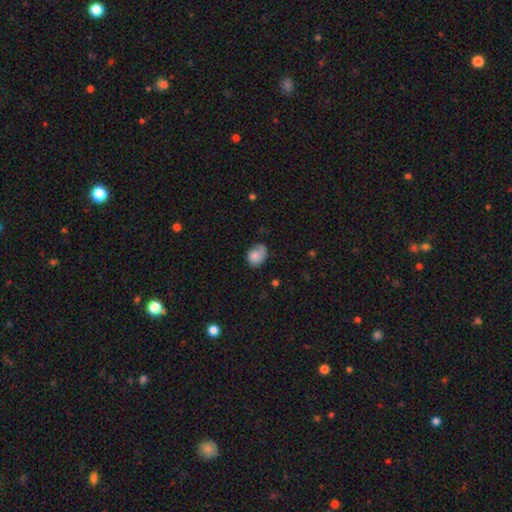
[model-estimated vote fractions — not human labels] A smooth galaxy with no disk features (70%) that is in between round and cigar-shaped (64%).

Vote fractions:
- Smooth or featured? smooth: 70% / featured or disk: 22% / star or artifact: 8%
- How rounded? in between: 64% / round: 35% / cigar-shaped: 1%
- Merging? none: 51% / minor disturbance: 31% / major disturbance: 15% / merger: 2%